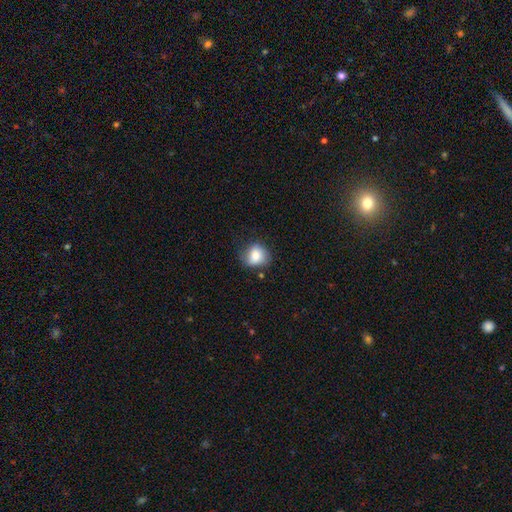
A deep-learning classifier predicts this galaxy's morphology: This appears to be a smooth galaxy with no disk features (77%) that is round (67%). Merging: none (63%).